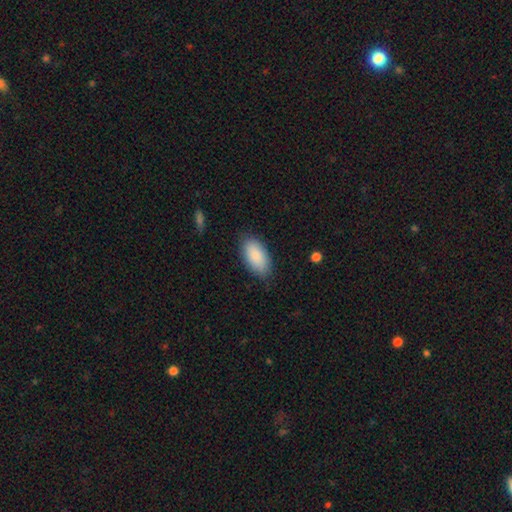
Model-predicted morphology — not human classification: smooth-or-featured: smooth: 88% | featured or disk: 6% | star or artifact: 6%
  how-rounded: in between: 94% | cigar-shaped: 4% | round: 2%
  merging: none: 82% | minor disturbance: 14% | major disturbance: 3% | merger: 1%